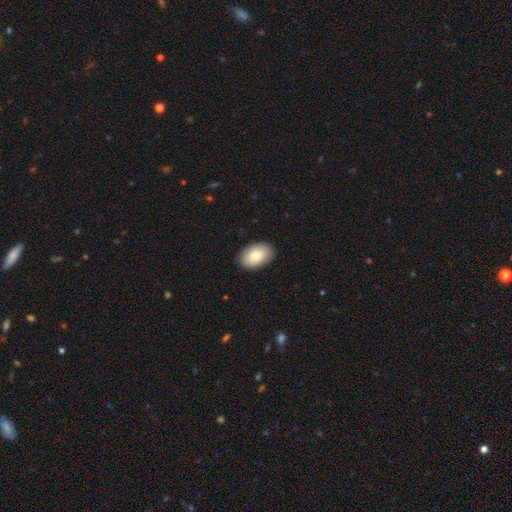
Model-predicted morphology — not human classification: Smooth or featured?
  - smooth: 83% *
  - featured or disk: 10%
  - star or artifact: 6%
How rounded?
  - in between: 91% *
  - round: 8%
  - cigar-shaped: 1%
Merging?
  - none: 89% *
  - minor disturbance: 8%
  - major disturbance: 2%
  - merger: 1%